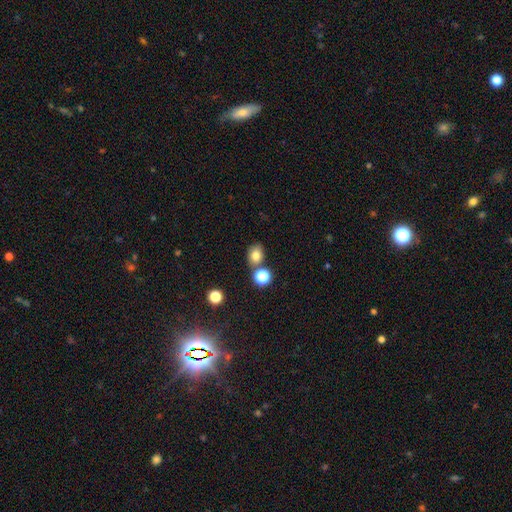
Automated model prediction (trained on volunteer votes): Smooth or featured: smooth — 79% (star or artifact — 14%)
How rounded: in between — 51% (round — 48%)
Merging: none — 70% (merger — 15%)